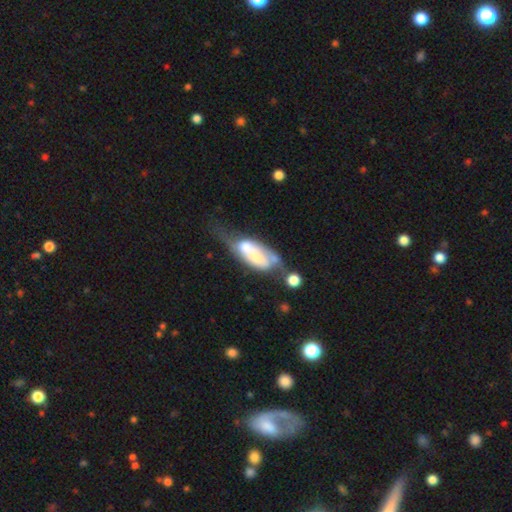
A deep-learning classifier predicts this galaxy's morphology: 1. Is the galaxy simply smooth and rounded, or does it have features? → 48% featured or disk, 44% smooth, 8% star or artifact.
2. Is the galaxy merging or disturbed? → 35% merger, 31% major disturbance, 18% minor disturbance, 16% none.